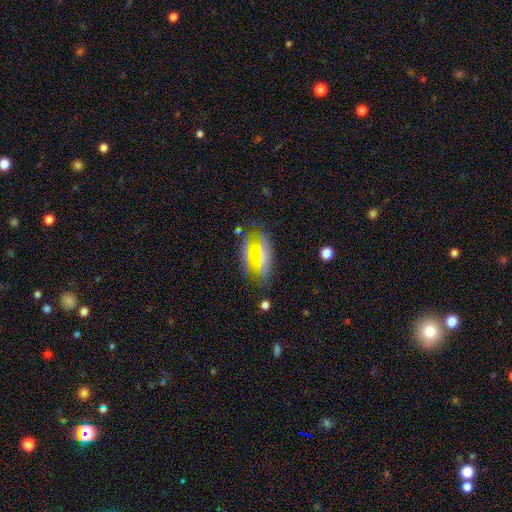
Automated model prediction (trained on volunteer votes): Smooth or featured? smooth (53%)
How rounded? in between (77%)
Merging? none (72%)